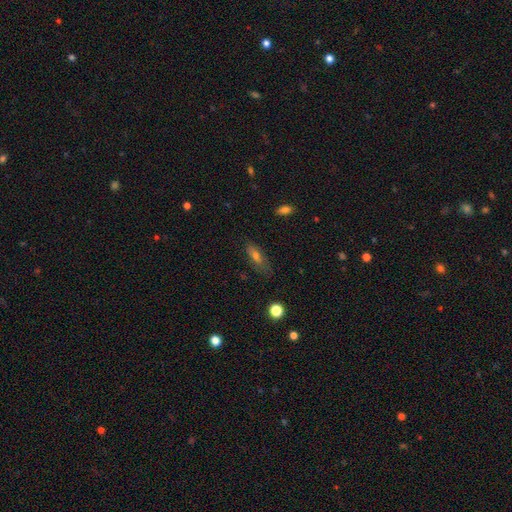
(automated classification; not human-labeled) Overall: smooth (57%; featured or disk 30%). How rounded: in between (55%; cigar-shaped 40%). Merging: none (73%).